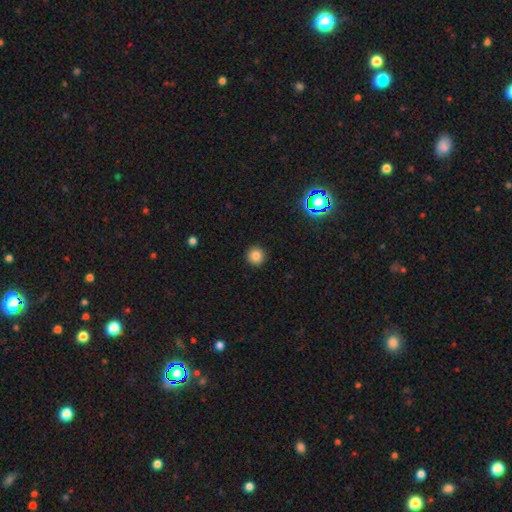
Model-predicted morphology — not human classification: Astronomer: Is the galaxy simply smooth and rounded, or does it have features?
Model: smooth — 82%.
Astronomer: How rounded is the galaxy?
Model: round — 95%.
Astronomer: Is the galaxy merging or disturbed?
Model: none — 93%.